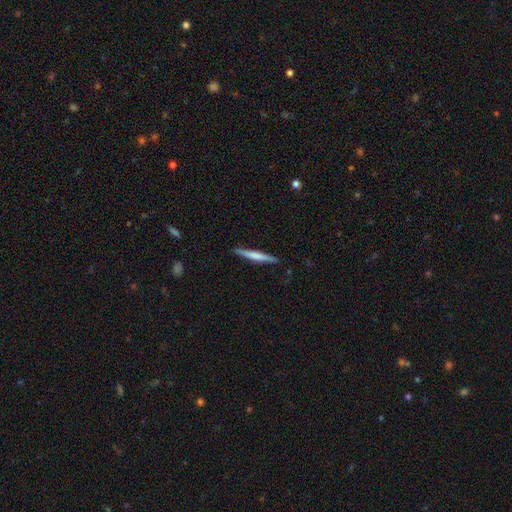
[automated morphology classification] Smooth or featured: smooth — 54% (featured or disk — 41%)
How rounded: cigar-shaped — 96% (in between — 3%)
Merging: none — 89% (minor disturbance — 8%)